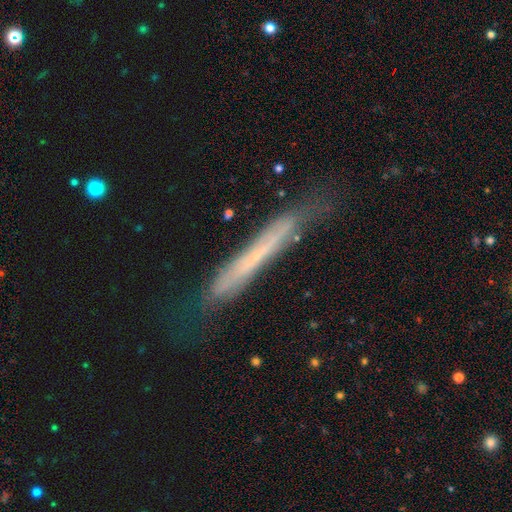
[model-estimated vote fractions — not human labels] smooth_or_featured: featured or disk (p=0.50) [alt: smooth p=0.42]
merging: none (p=0.67) [alt: minor disturbance p=0.23]